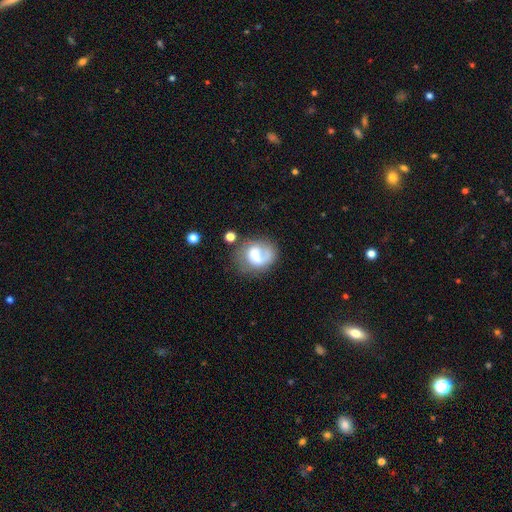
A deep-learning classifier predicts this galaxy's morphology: Smooth or featured? Predicted: smooth (p=0.49). Merging? Predicted: none (p=0.43).